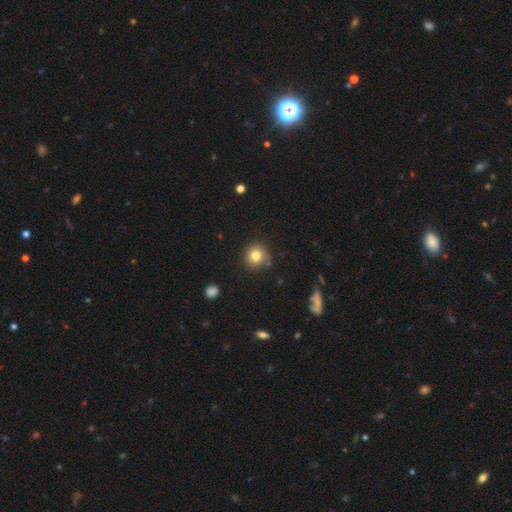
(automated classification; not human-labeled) This appears to be a smooth galaxy with no disk features (80%) that is round (91%). Merging: none (80%).